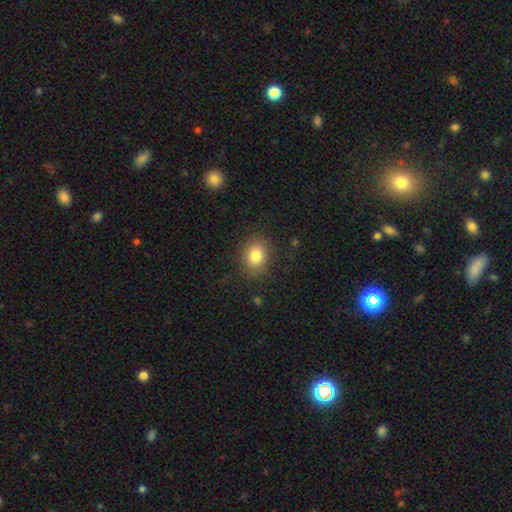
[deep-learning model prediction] A smooth galaxy with no disk features (82%) that is in between round and cigar-shaped (52%). Merging: none (84%).